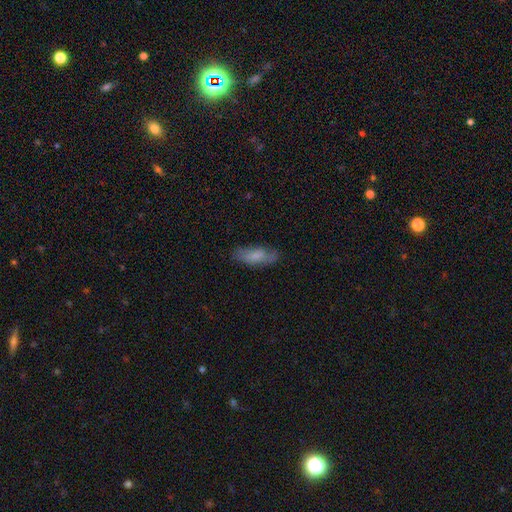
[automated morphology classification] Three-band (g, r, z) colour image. It shows a smooth galaxy with no disk features (72%) that is in between round and cigar-shaped (72%). Merging: none (66%).